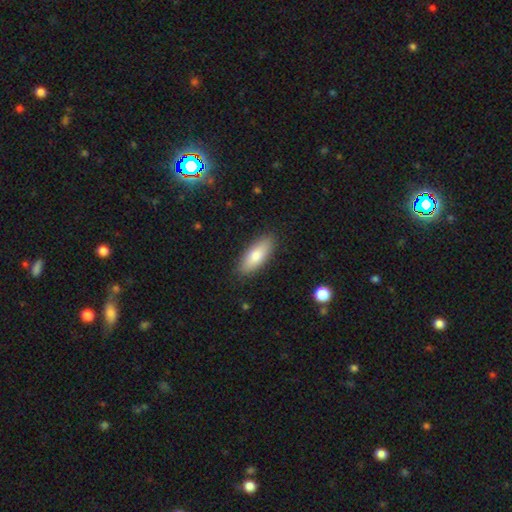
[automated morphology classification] Smooth or featured?
  - smooth: 79% *
  - featured or disk: 15%
  - star or artifact: 6%
How rounded?
  - in between: 70% *
  - cigar-shaped: 28%
  - round: 2%
Merging?
  - none: 88% *
  - minor disturbance: 9%
  - major disturbance: 2%
  - merger: 1%